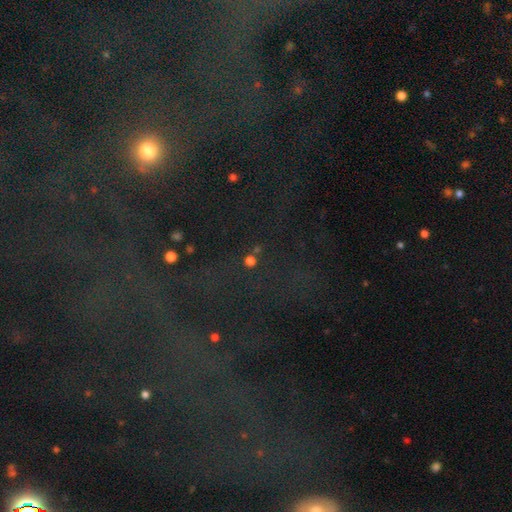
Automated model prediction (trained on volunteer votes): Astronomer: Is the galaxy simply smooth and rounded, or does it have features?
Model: star or artifact — 69%.